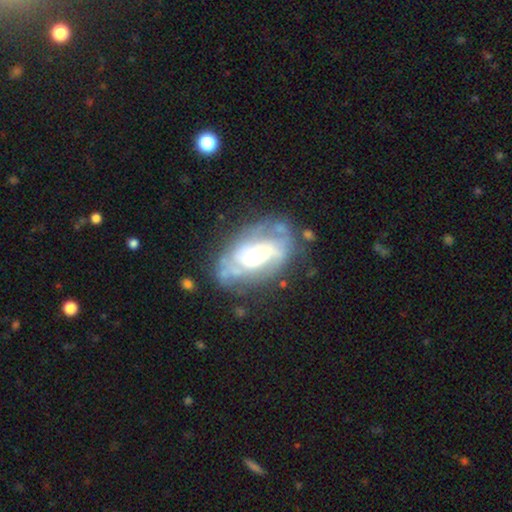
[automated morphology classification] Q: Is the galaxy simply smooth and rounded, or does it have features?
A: featured or disk — 74%.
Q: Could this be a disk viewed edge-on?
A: no — 95%.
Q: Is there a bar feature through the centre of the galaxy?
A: weak — 36%.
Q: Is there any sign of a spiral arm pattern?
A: yes — 74%.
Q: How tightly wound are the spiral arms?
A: medium — 39%, tied with tight.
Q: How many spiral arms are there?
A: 2 — 43%.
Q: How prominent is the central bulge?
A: moderate — 38%, tied with large.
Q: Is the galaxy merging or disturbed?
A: none — 52%.